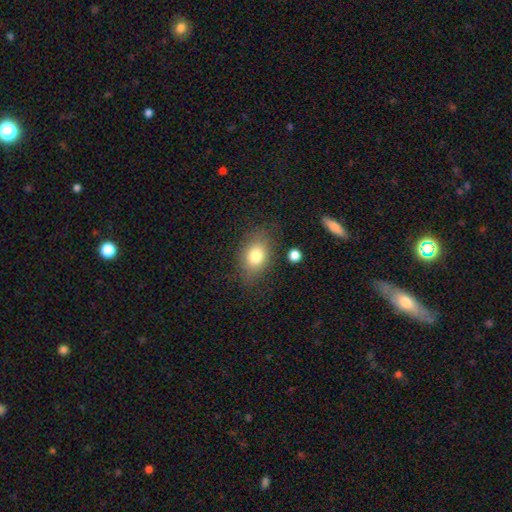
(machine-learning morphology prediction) Smooth or featured? smooth (78%)
How rounded? in between (74%)
Merging? none (73%)